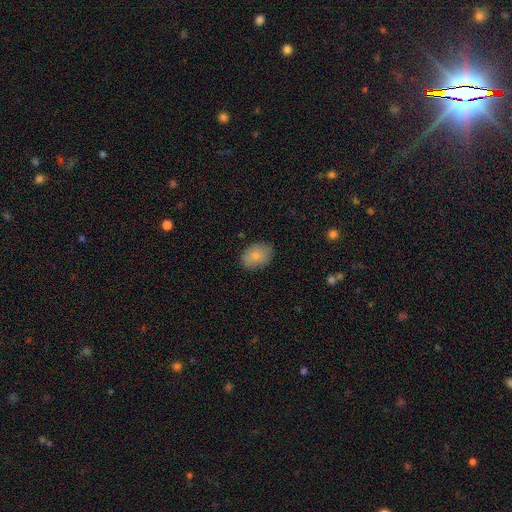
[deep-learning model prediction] This is clearly a smooth galaxy (81%). How rounded: likely in between (72%). Merging: clearly none (81%).